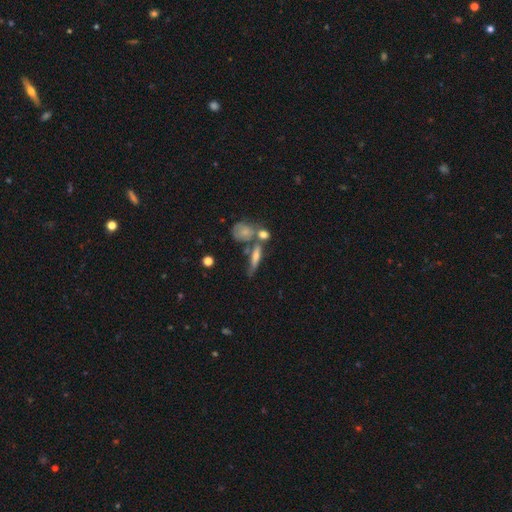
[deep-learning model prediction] Q: Smooth or featured?
A: featured or disk (46%); runner-up: smooth (42%)
Q: Merging?
A: none (51%); runner-up: merger (28%)